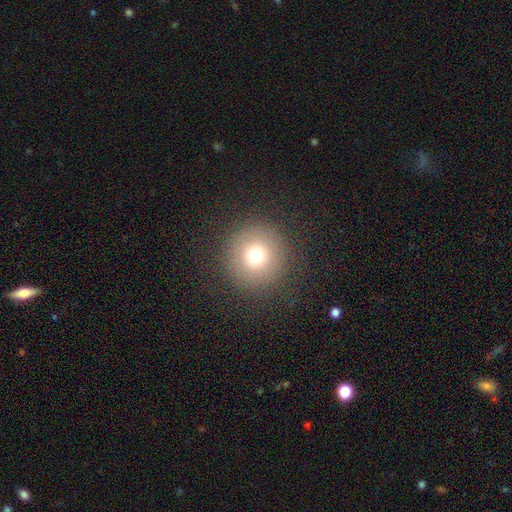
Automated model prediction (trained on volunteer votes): smooth_or_featured: smooth (p=0.73) [alt: star or artifact p=0.16]
how_rounded: round (p=0.96) [alt: in between p=0.03]
merging: none (p=0.88) [alt: minor disturbance p=0.06]